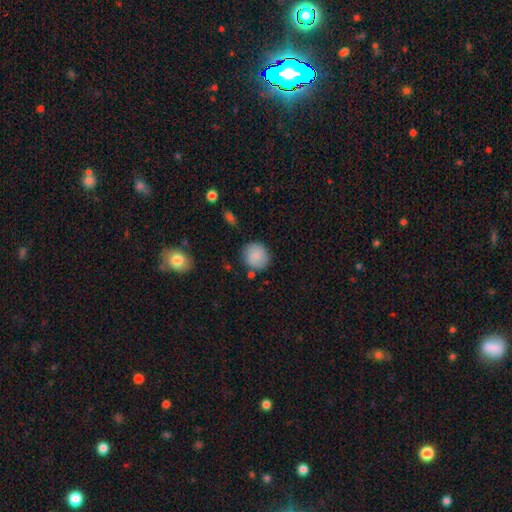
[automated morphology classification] The model was most divided on "merging": none: 81%, minor disturbance: 12%, merger: 4%, major disturbance: 3%. More confident: how rounded — round (89%); smooth or featured — smooth (86%).